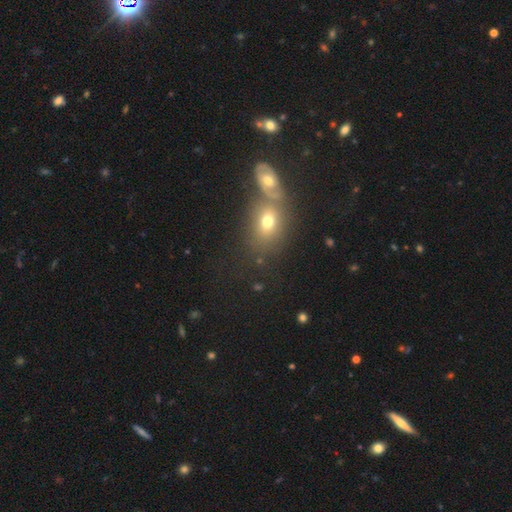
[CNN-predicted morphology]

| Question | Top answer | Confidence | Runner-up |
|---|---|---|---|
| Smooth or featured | smooth | 55% | star or artifact (27%) |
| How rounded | round | 52% | in between (44%) |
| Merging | merger | 58% | none (30%) |